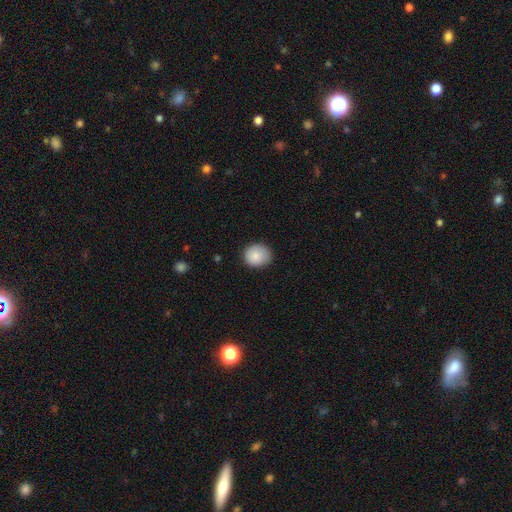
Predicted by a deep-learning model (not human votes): Morphology: type=smooth (86%); roundness=round (80%); merging=none (83%).